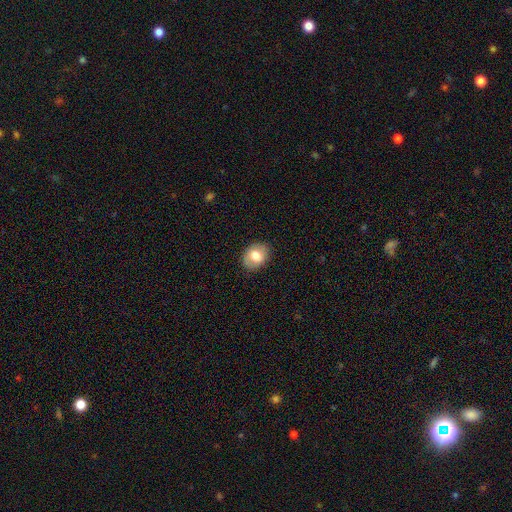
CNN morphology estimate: This appears to be a smooth galaxy with no disk features (67%) that is in between round and cigar-shaped (62%). Merging: none (84%).